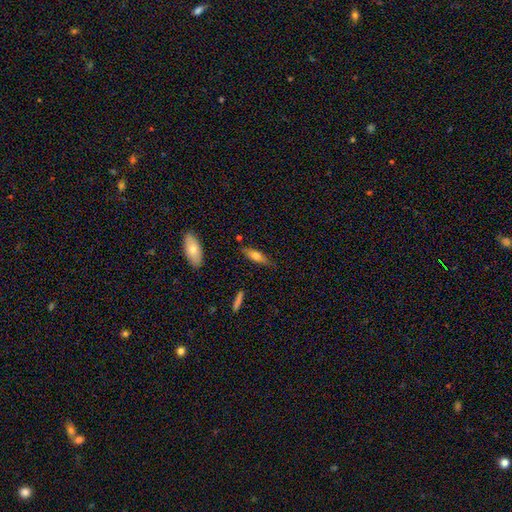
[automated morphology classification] This is possibly a smooth galaxy (58%). How rounded: possibly cigar-shaped (56%). Merging: likely none (73%).